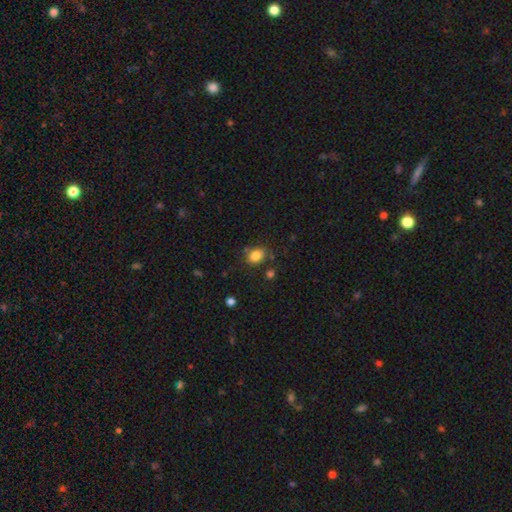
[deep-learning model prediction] Smooth or featured? smooth (83%)
How rounded? in between (64%)
Merging? none (72%)